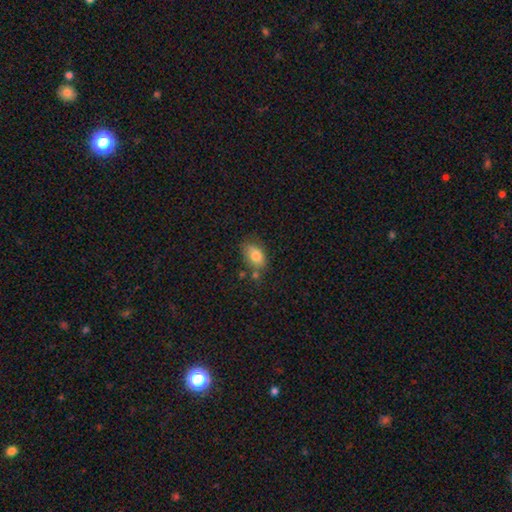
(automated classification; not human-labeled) smooth_or_featured: smooth (p=0.81) [alt: featured or disk p=0.11]
how_rounded: in between (p=0.88) [alt: round p=0.11]
merging: none (p=0.67) [alt: minor disturbance p=0.19]